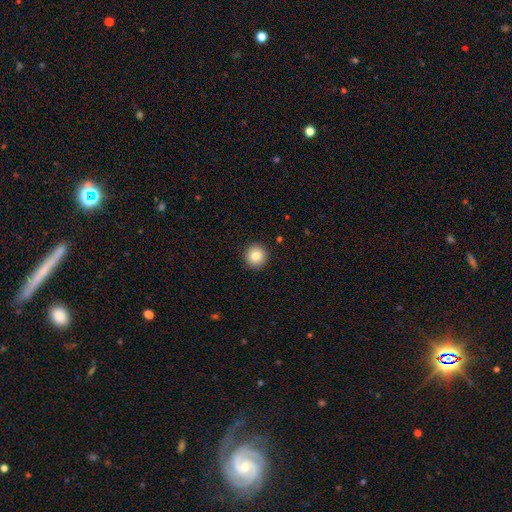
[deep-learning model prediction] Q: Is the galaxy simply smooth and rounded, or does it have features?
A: smooth — 83%.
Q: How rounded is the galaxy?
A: round — 93%.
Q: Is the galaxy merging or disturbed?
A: none — 92%.